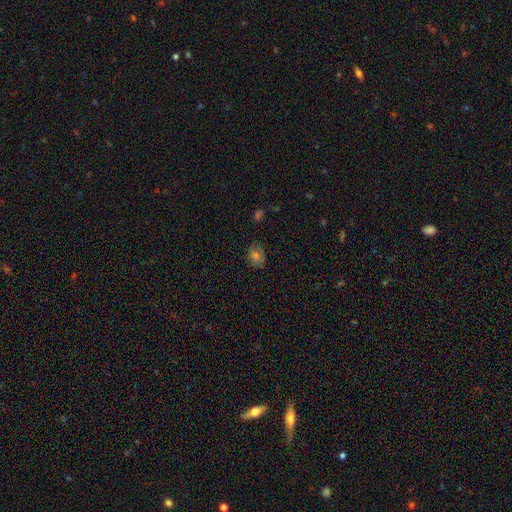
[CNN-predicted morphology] Q: Smooth or featured?
A: smooth (65%); runner-up: star or artifact (19%)
Q: How rounded?
A: in between (59%); runner-up: round (39%)
Q: Merging?
A: none (76%); runner-up: minor disturbance (18%)